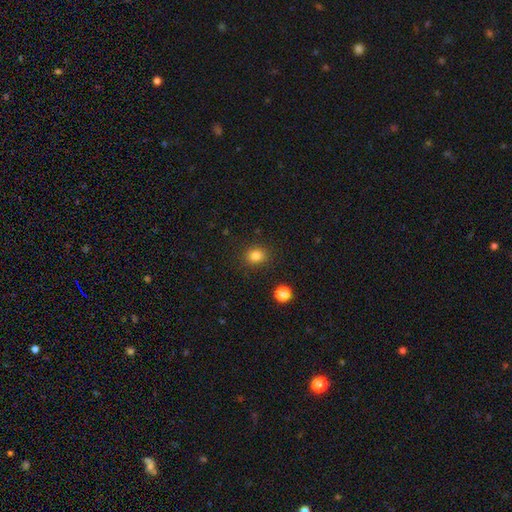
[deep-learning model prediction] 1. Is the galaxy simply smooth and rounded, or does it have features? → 83% smooth, 12% star or artifact, 5% featured or disk.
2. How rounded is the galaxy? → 66% round, 33% in between, 1% cigar-shaped.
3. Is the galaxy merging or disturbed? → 87% none, 8% minor disturbance, 3% major disturbance, 2% merger.